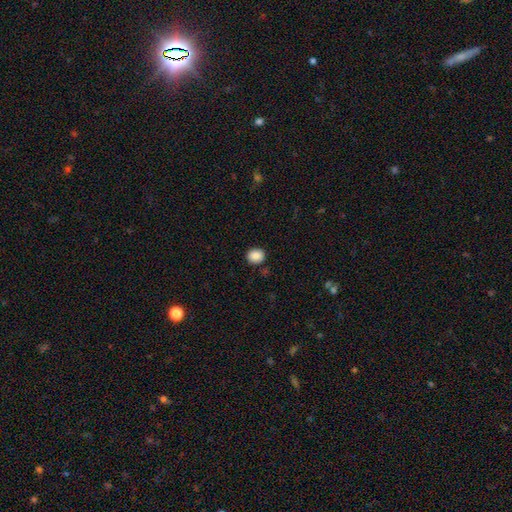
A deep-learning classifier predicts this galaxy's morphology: Smooth or featured? smooth (87%)
How rounded? round (73%)
Merging? none (86%)